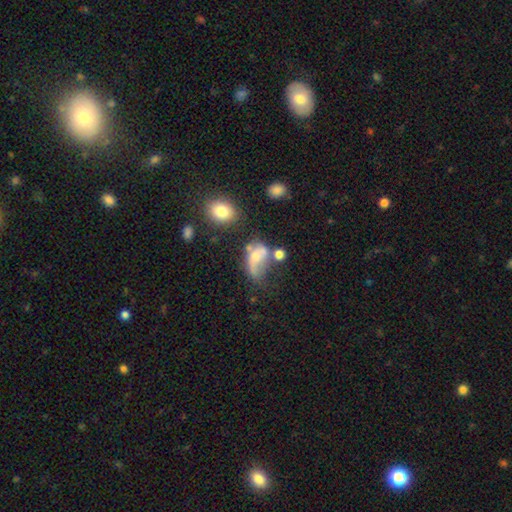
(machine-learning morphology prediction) type=smooth (48%); merging=major disturbance (32%).